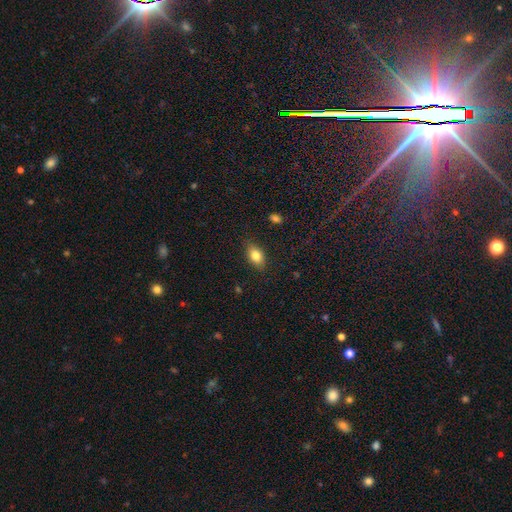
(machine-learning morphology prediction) A smooth galaxy with no disk features (80%) that is in between round and cigar-shaped (86%). Merging: none (84%).